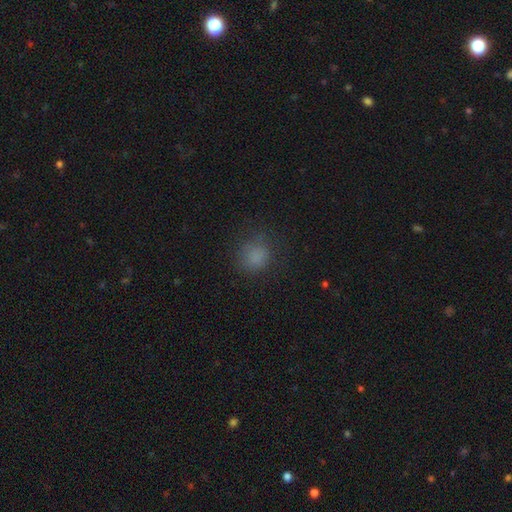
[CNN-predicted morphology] smooth 79%, star or artifact 15%, featured or disk 6%. Down the decision tree: how rounded — round (82%); merging — none (77%).